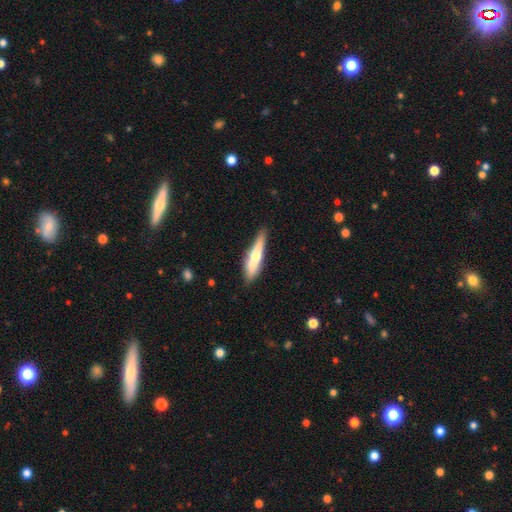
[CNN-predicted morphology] type=smooth (53%); roundness=cigar-shaped (80%); merging=none (72%).